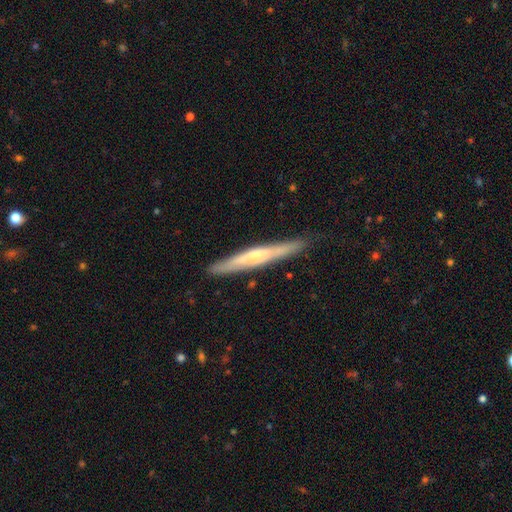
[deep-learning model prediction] Smooth or featured? Predicted: featured or disk (p=0.58). Edge-on disk? Predicted: yes (p=0.94). Edge-on bulge? Predicted: rounded (p=0.53). Merging? Predicted: none (p=0.86).